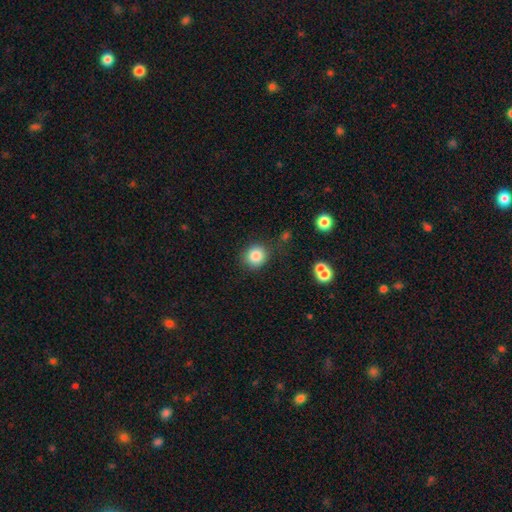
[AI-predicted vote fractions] Morphology: type=smooth (85%); roundness=round (86%); merging=none (82%).